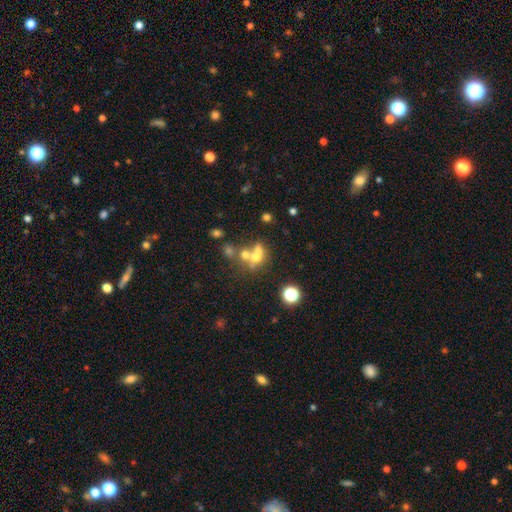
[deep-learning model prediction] Smooth or featured? Predicted: smooth (p=0.53). How rounded? Predicted: round (p=0.53). Merging? Predicted: merger (p=0.52).